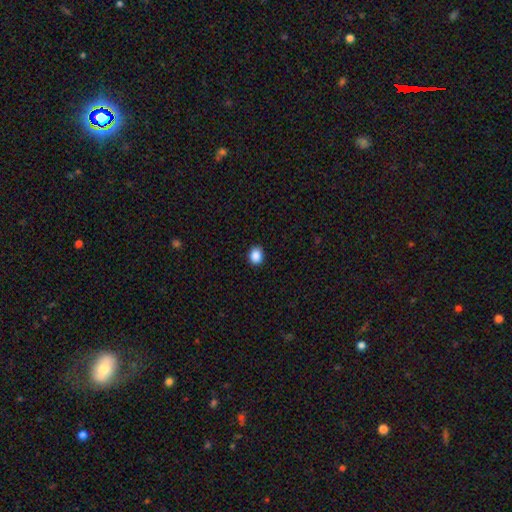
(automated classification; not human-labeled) A smooth galaxy with no disk features (88%) that is round (64%). Merging: none (91%).